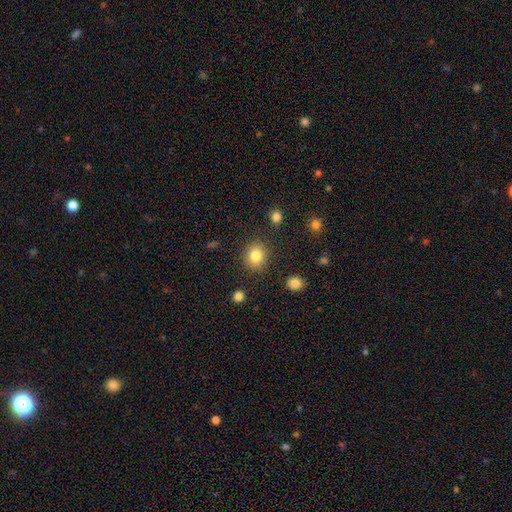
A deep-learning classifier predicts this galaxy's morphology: This appears to be a smooth galaxy with no disk features (83%) that is round (77%). Merging: none (88%).